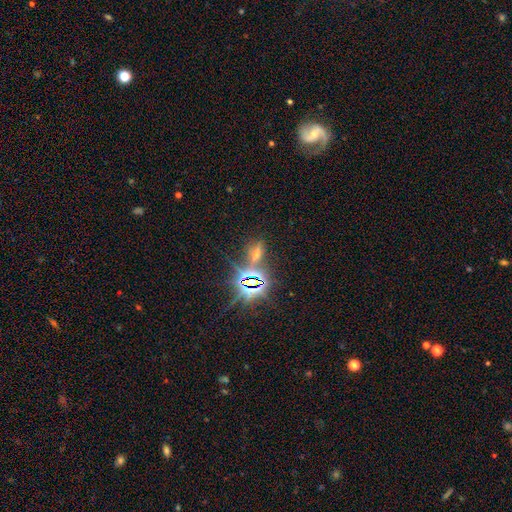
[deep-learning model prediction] Overall: star or artifact (73%).